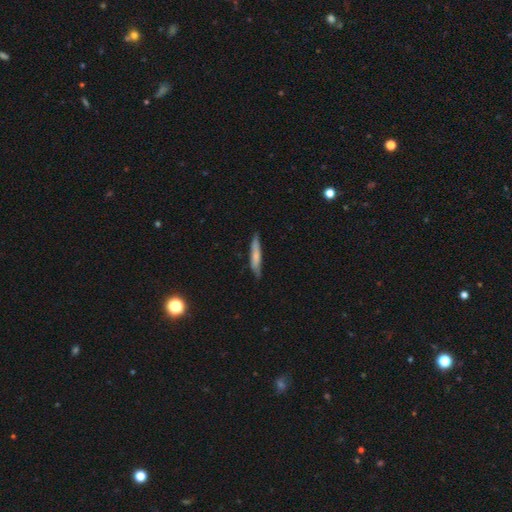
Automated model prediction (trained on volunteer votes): smooth_or_featured: smooth (p=0.68) [alt: featured or disk p=0.26]
how_rounded: cigar-shaped (p=0.91) [alt: in between p=0.07]
merging: none (p=0.81) [alt: minor disturbance p=0.15]